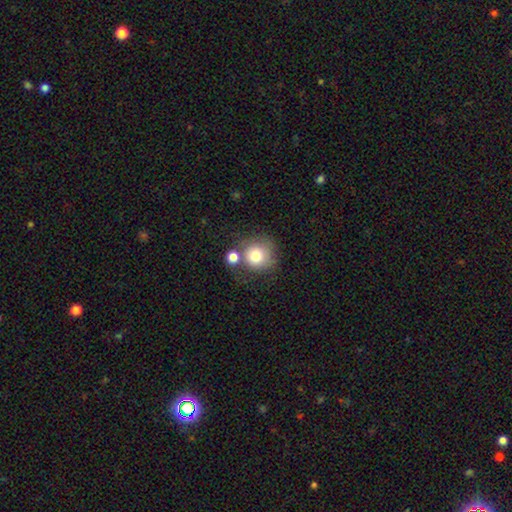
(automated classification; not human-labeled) smooth_or_featured: smooth (p=0.78) [alt: featured or disk p=0.13]
how_rounded: round (p=0.90) [alt: in between p=0.09]
merging: none (p=0.54) [alt: merger p=0.25]